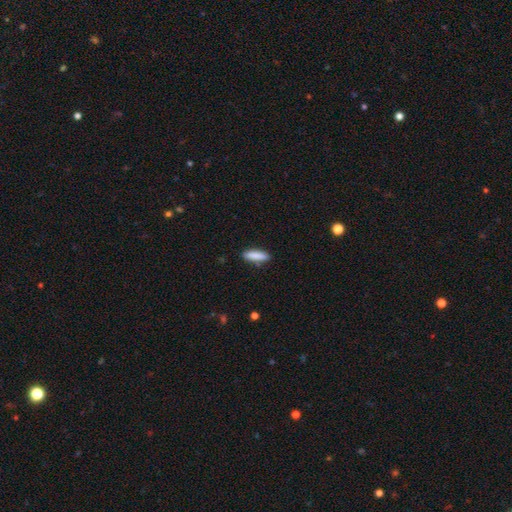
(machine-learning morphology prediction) This is clearly a smooth galaxy (86%). How rounded: likely cigar-shaped (66%). Merging: clearly none (86%).